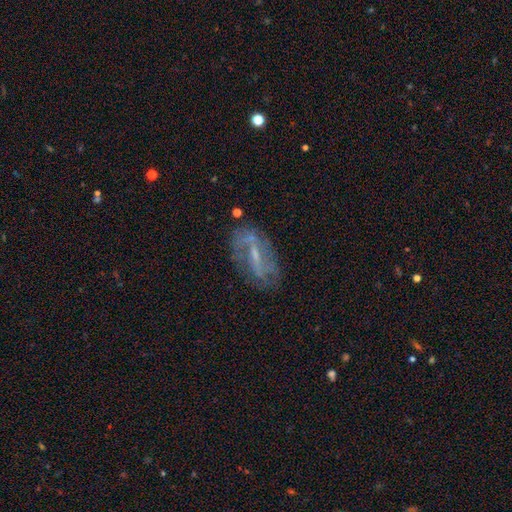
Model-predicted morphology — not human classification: Smooth or featured?
  - featured or disk: 72% *
  - smooth: 18%
  - star or artifact: 9%
Edge-on disk?
  - no: 88% *
  - yes: 12%
Bar?
  - weak: 43% *
  - strong: 38%
  - no: 19%
Spiral arms?
  - yes: 74% *
  - no: 26%
Bulge size?
  - small: 57% *
  - moderate: 24%
  - none: 16%
  - large: 2%
  - dominant: 1%
Merging?
  - none: 68% *
  - minor disturbance: 19%
  - major disturbance: 10%
  - merger: 3%